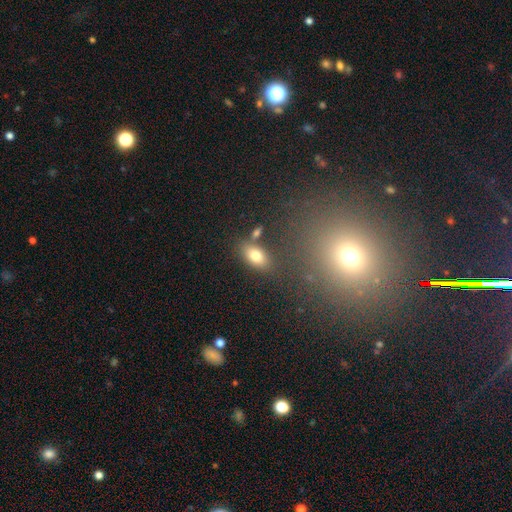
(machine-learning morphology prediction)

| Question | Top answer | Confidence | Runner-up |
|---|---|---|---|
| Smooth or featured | smooth | 77% | featured or disk (13%) |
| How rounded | in between | 87% | round (9%) |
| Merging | none | 73% | minor disturbance (12%) |